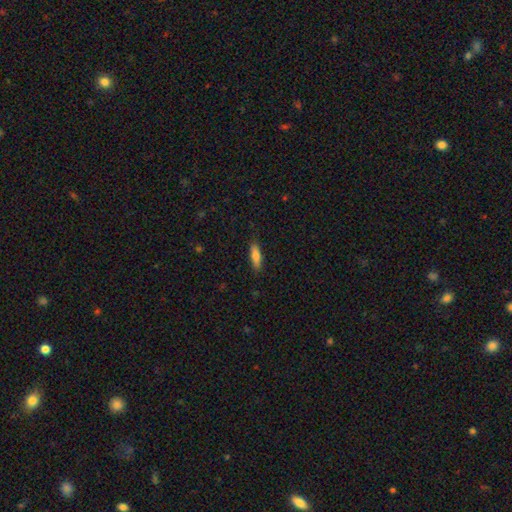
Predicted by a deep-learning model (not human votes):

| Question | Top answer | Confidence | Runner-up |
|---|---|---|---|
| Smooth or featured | smooth | 78% | featured or disk (16%) |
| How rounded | cigar-shaped | 57% | in between (41%) |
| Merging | none | 86% | minor disturbance (11%) |